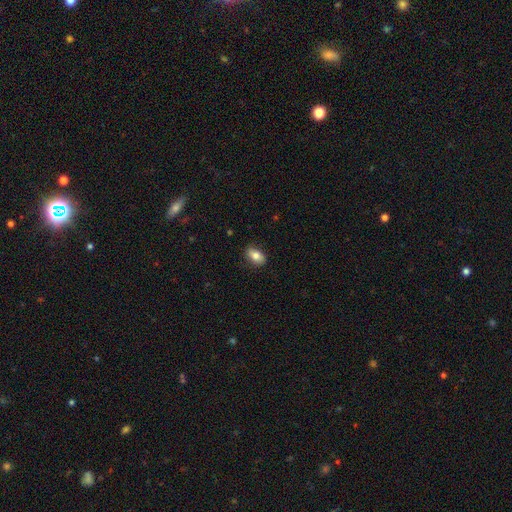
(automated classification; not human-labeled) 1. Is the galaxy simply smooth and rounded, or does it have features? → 78% smooth, 15% featured or disk, 8% star or artifact.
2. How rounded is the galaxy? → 89% in between, 8% round, 3% cigar-shaped.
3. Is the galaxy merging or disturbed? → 82% none, 15% minor disturbance, 3% major disturbance, 1% merger.